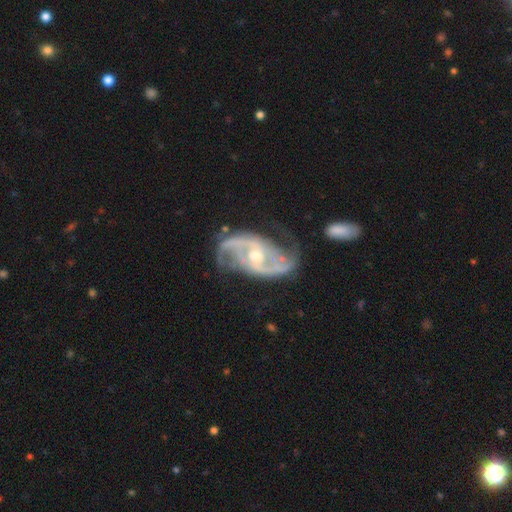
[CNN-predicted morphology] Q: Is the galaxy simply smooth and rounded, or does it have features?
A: featured or disk — 92%.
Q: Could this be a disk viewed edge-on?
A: no — 97%.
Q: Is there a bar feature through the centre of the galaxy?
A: no — 43%.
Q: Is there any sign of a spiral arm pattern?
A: yes — 98%.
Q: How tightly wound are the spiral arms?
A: medium — 50%.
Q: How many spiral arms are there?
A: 2 — 80%.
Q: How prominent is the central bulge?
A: moderate — 62%.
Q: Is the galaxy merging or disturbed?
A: none — 63%.